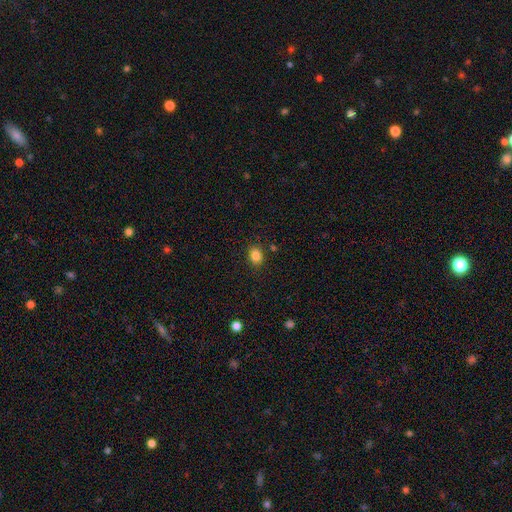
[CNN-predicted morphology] This is clearly a smooth galaxy (85%). How rounded: likely in between (61%). Merging: clearly none (86%).